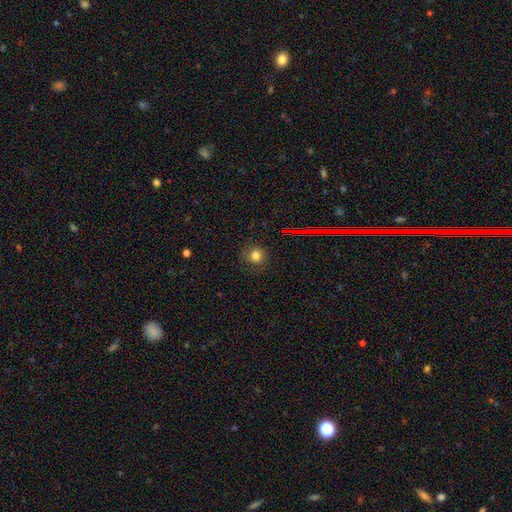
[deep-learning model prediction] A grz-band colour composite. It shows a smooth galaxy with no disk features (78%) that is round (88%). Merging: none (83%).